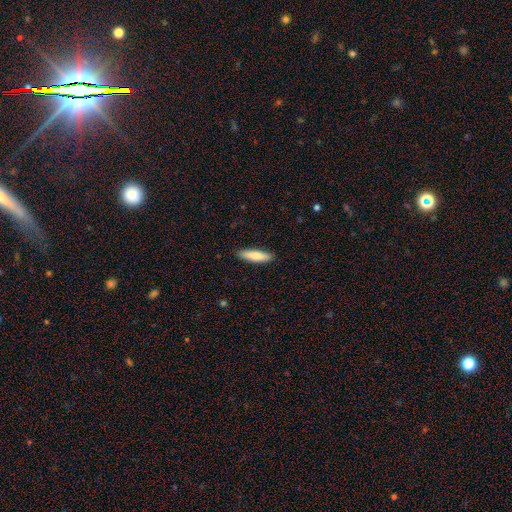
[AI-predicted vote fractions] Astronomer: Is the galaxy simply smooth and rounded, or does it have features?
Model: smooth — 79%.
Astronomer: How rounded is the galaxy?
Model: cigar-shaped — 72%.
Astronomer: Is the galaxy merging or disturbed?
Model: none — 90%.